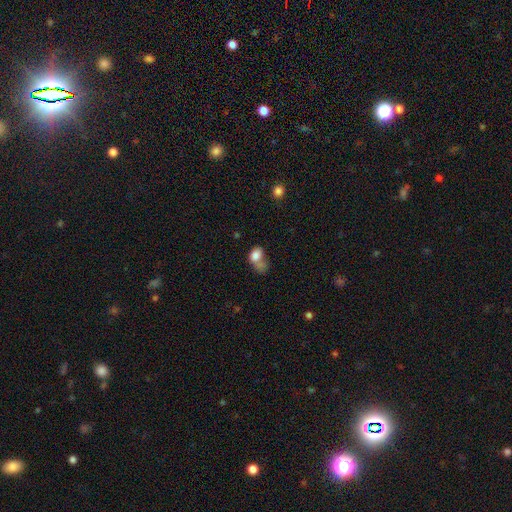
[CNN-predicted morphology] smooth 78%, featured or disk 13%, star or artifact 10%. Down the decision tree: how rounded — in between (75%); merging — merger (42%).